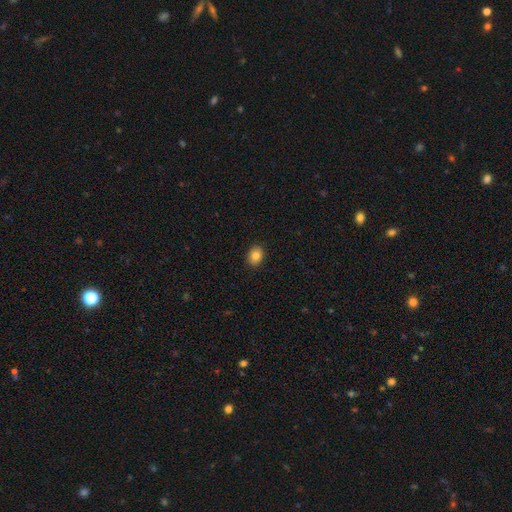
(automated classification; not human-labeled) This is clearly a smooth galaxy (84%). How rounded: possibly in between (54%). Merging: clearly none (90%).